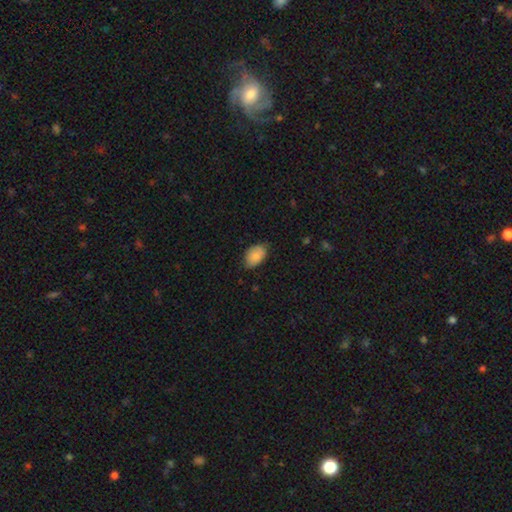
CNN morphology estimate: type=smooth (83%); roundness=in between (88%); merging=none (72%).